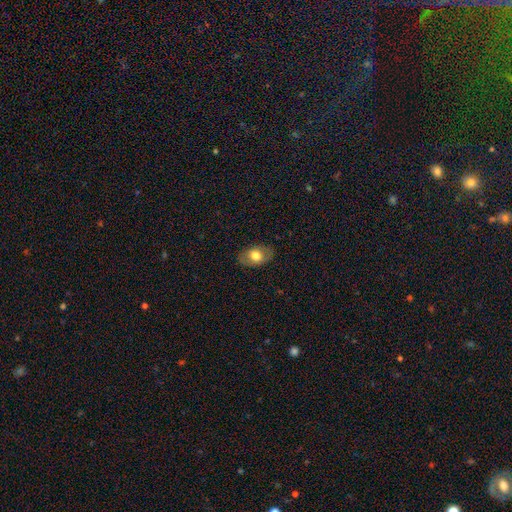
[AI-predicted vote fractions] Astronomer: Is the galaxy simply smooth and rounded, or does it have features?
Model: smooth — 67%.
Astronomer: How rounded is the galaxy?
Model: in between — 85%.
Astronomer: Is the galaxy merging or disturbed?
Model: none — 84%.